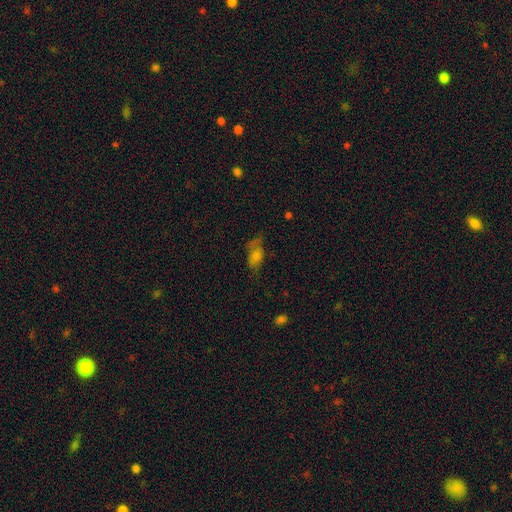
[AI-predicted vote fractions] smooth_or_featured: smooth (p=0.58) [alt: featured or disk p=0.25]
how_rounded: in between (p=0.78) [alt: cigar-shaped p=0.15]
merging: none (p=0.54) [alt: minor disturbance p=0.27]